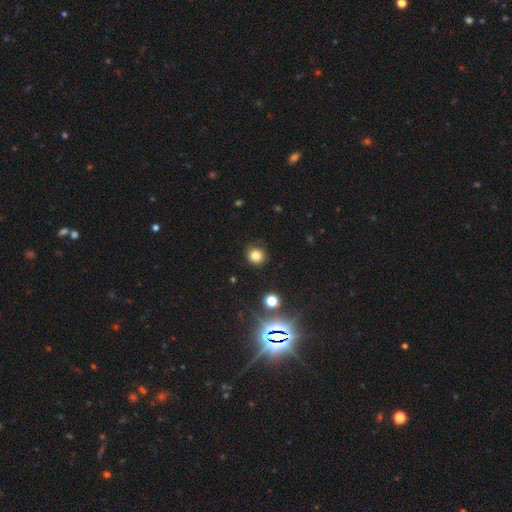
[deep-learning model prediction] smooth-or-featured: smooth: 79% | star or artifact: 16% | featured or disk: 5%
  how-rounded: round: 92% | in between: 7% | cigar-shaped: 1%
  merging: none: 88% | minor disturbance: 8% | major disturbance: 3% | merger: 2%